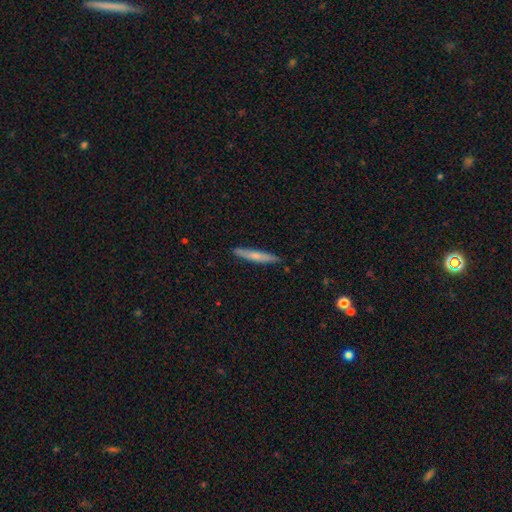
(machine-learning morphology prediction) type=smooth (62%); roundness=cigar-shaped (94%); merging=none (88%).